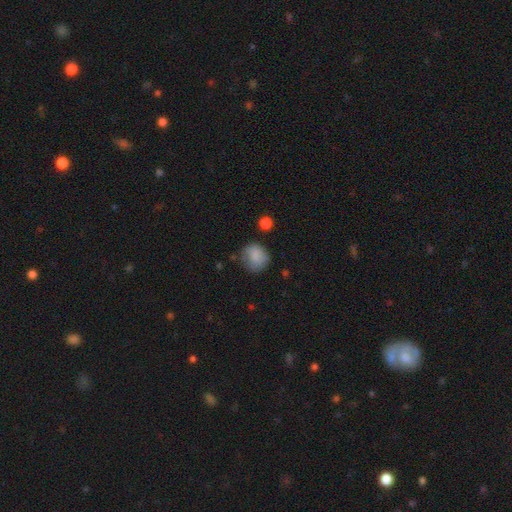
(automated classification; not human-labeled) Overall: smooth (83%). How rounded: round (77%). Merging: none (65%).